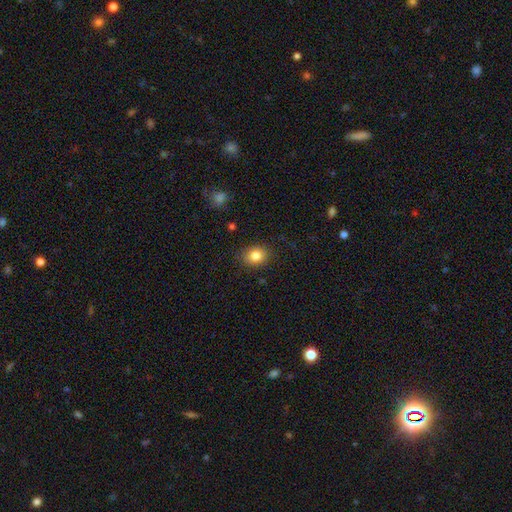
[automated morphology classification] smooth 84%, star or artifact 10%, featured or disk 7%. Down the decision tree: how rounded — round (54%); merging — none (86%).